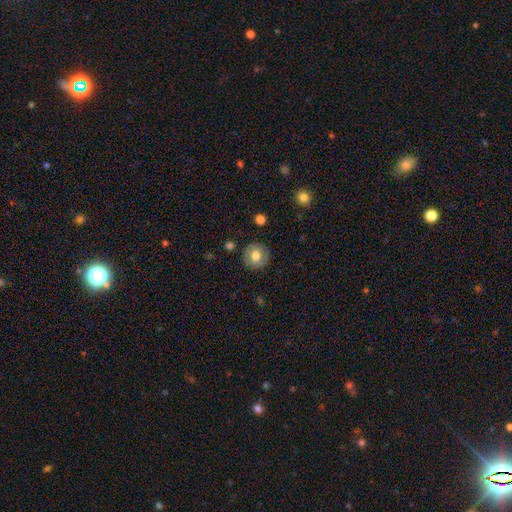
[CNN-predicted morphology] smooth-or-featured: smooth: 69% | featured or disk: 23% | star or artifact: 8%
  how-rounded: round: 88% | in between: 11% | cigar-shaped: 1%
  merging: none: 87% | minor disturbance: 9% | major disturbance: 3% | merger: 1%